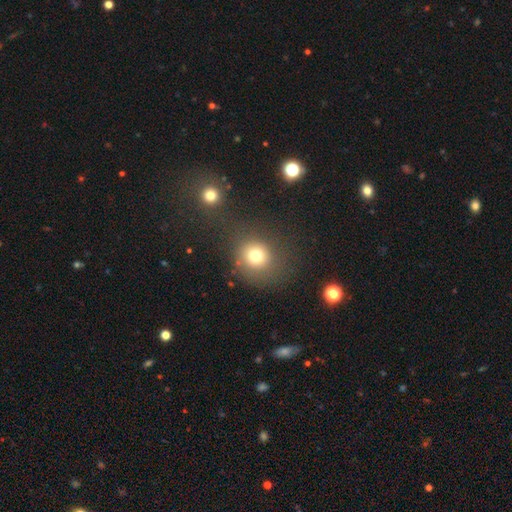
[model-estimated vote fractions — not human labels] This appears to be a smooth galaxy with no disk features (75%) that is round (83%). Merging: none (70%).